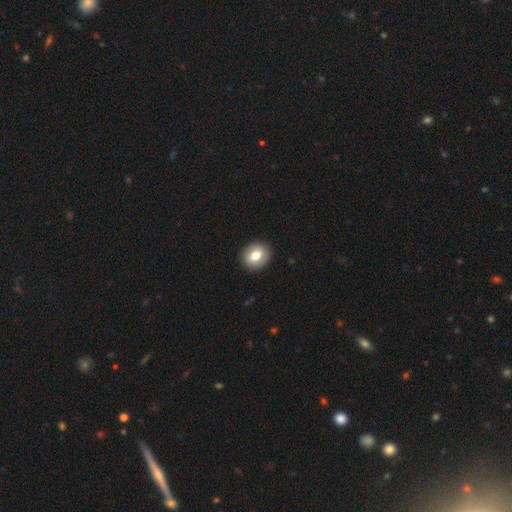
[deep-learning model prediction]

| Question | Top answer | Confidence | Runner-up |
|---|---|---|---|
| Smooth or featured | smooth | 75% | featured or disk (17%) |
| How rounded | round | 69% | in between (30%) |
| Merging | none | 91% | minor disturbance (6%) |